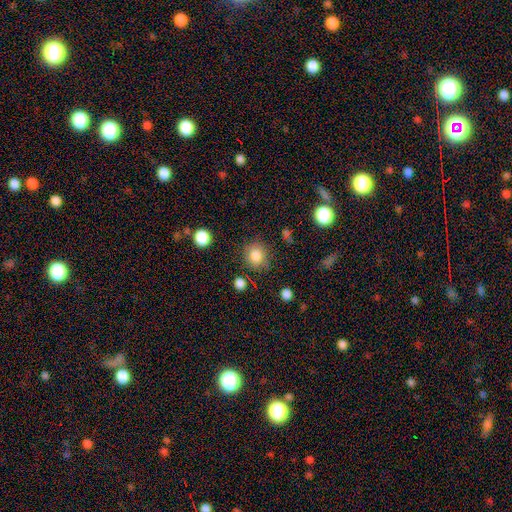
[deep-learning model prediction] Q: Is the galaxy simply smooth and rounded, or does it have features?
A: smooth — 83%.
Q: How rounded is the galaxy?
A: round — 83%.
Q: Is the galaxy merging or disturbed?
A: none — 80%.